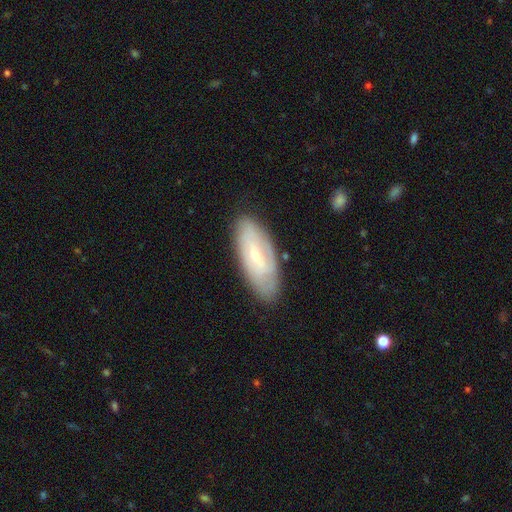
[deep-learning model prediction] featured or disk 57%, smooth 36%, star or artifact 6%. Down the decision tree: edge-on disk — no (85%); merging — none (81%).